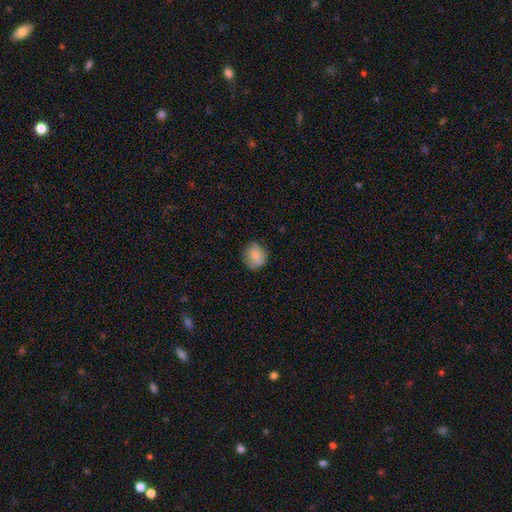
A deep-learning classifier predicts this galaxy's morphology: Smooth or featured? Predicted: smooth (p=0.84). How rounded? Predicted: round (p=0.67). Merging? Predicted: none (p=0.76).